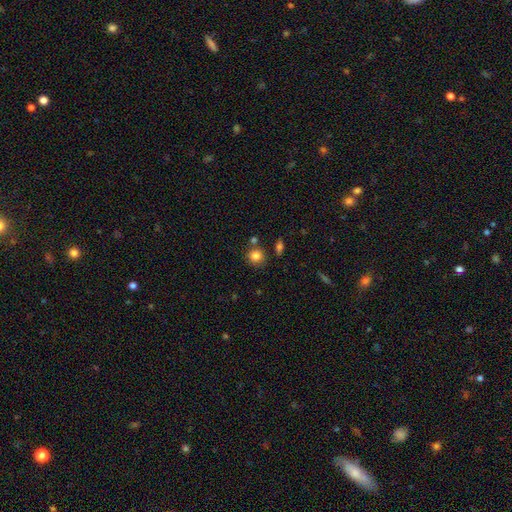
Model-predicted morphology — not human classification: smooth-or-featured: smooth: 83% | star or artifact: 10% | featured or disk: 6%
  how-rounded: round: 85% | in between: 14% | cigar-shaped: 1%
  merging: none: 75% | minor disturbance: 12% | merger: 10% | major disturbance: 3%